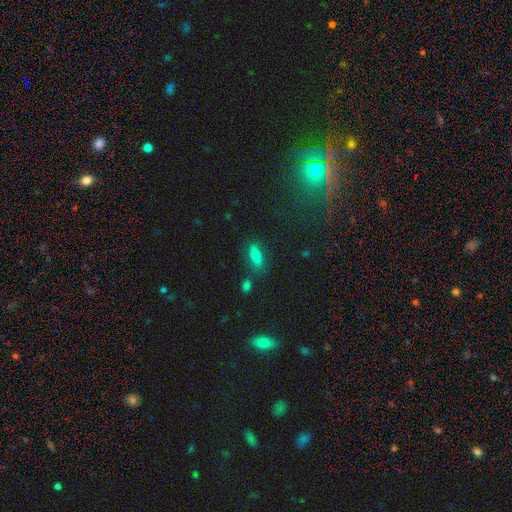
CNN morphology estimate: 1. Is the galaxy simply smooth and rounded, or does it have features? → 71% smooth, 15% featured or disk, 13% star or artifact.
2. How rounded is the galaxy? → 66% in between, 30% cigar-shaped, 5% round.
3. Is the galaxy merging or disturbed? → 71% none, 17% minor disturbance, 7% merger, 6% major disturbance.